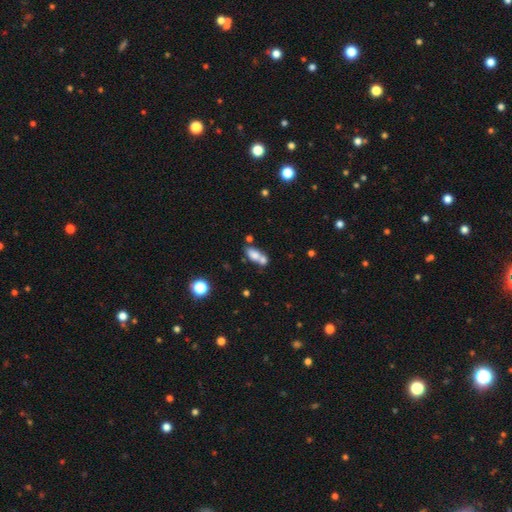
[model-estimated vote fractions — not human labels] smooth 71%, featured or disk 18%, star or artifact 11%. Down the decision tree: how rounded — in between (79%); merging — merger (50%).